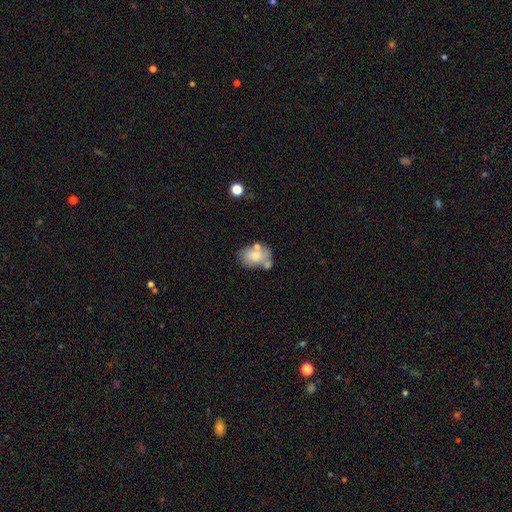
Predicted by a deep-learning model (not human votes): Smooth or featured? smooth (69%)
How rounded? in between (74%)
Merging? none (45%)